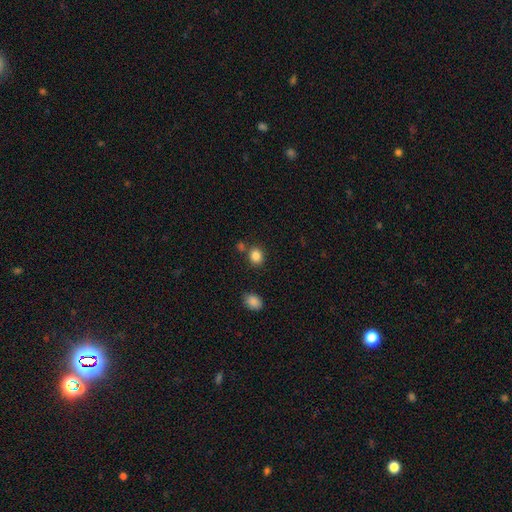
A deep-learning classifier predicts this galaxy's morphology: Smooth or featured: smooth — 85% (star or artifact — 11%)
How rounded: round — 66% (in between — 33%)
Merging: none — 75% (merger — 11%)